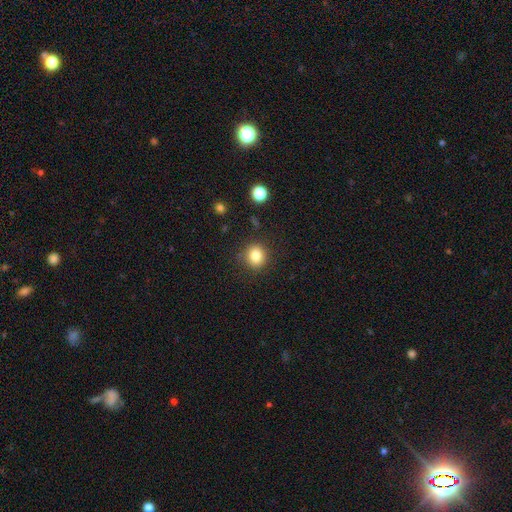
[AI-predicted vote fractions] A smooth galaxy with no disk features (84%) that is round (84%).

Vote fractions:
- Smooth or featured? smooth: 84% / star or artifact: 11% / featured or disk: 6%
- How rounded? round: 84% / in between: 15% / cigar-shaped: 1%
- Merging? none: 86% / minor disturbance: 9% / major disturbance: 3% / merger: 2%